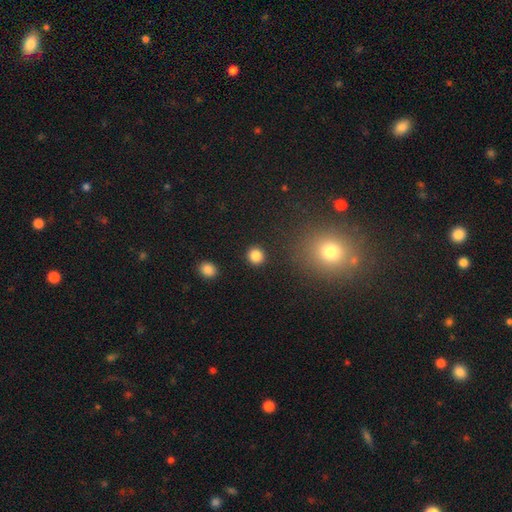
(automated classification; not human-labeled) Smooth or featured: smooth — 85% (star or artifact — 11%)
How rounded: round — 89% (in between — 10%)
Merging: none — 92% (minor disturbance — 5%)